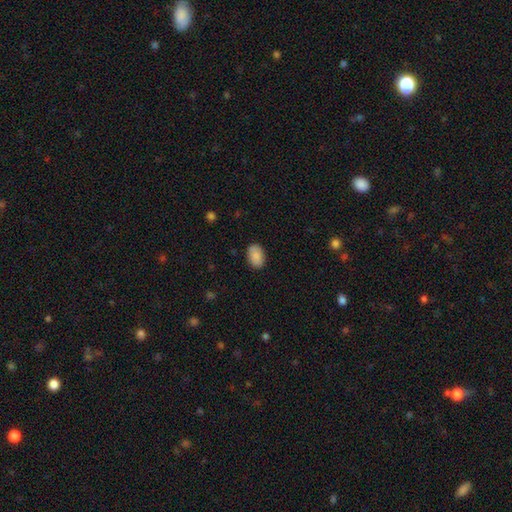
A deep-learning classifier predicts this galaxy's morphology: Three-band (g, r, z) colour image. It shows a smooth galaxy with no disk features (89%) that is in between round and cigar-shaped (87%). Merging: none (87%).